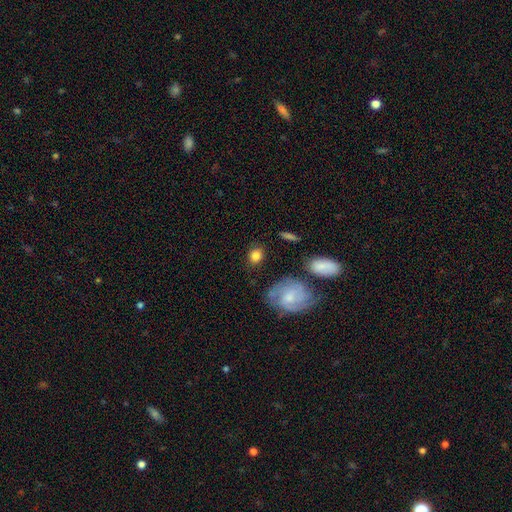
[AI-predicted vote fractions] Smooth or featured? smooth (81%)
How rounded? round (57%)
Merging? none (79%)